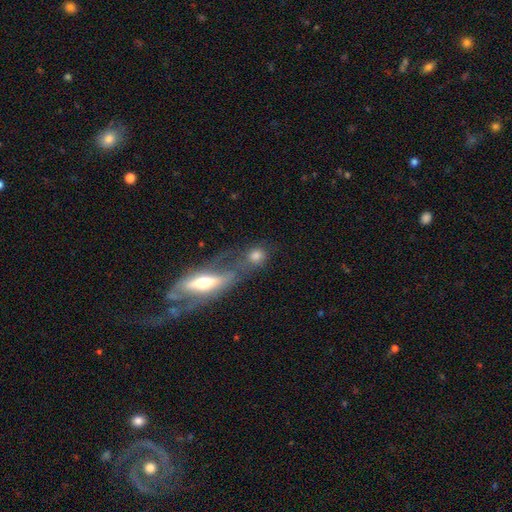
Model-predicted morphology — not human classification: type=smooth (61%); roundness=round (62%); merging=none (46%).